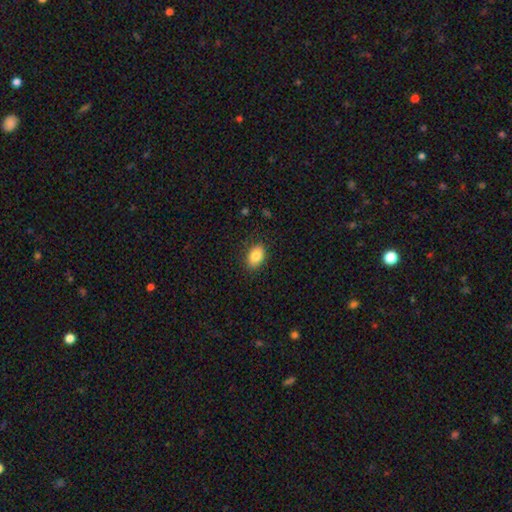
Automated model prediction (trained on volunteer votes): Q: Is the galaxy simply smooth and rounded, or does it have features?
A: smooth — 83%.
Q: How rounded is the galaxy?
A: in between — 82%.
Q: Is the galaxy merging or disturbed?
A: none — 84%.